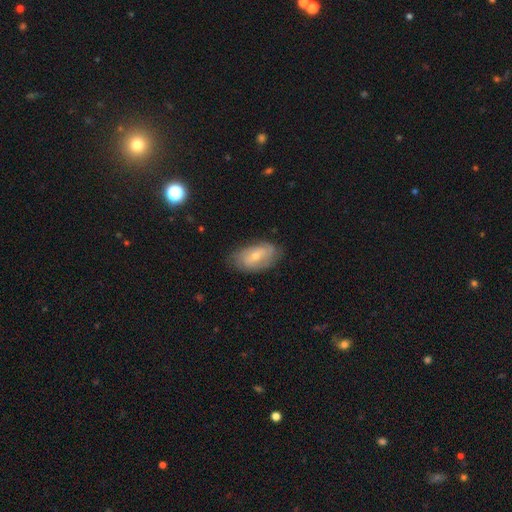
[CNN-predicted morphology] smooth_or_featured: featured or disk (p=0.50) [alt: smooth p=0.43]
disk_edge_on: no (p=0.92) [alt: yes p=0.08]
merging: none (p=0.73) [alt: minor disturbance p=0.21]